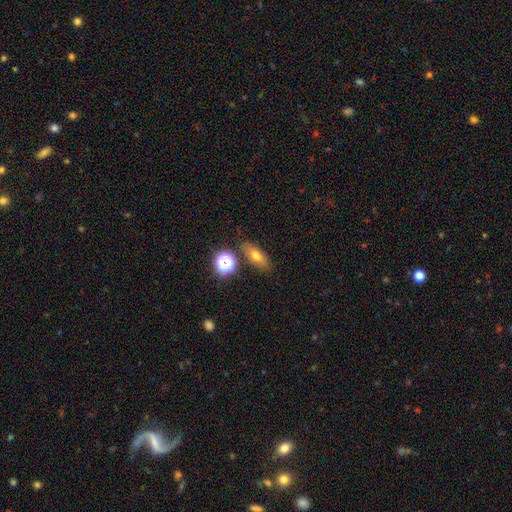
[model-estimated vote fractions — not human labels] The model was most divided on "how rounded": in between: 61%, cigar-shaped: 26%, round: 13%. More confident: merging — none (80%); smooth or featured — smooth (64%).